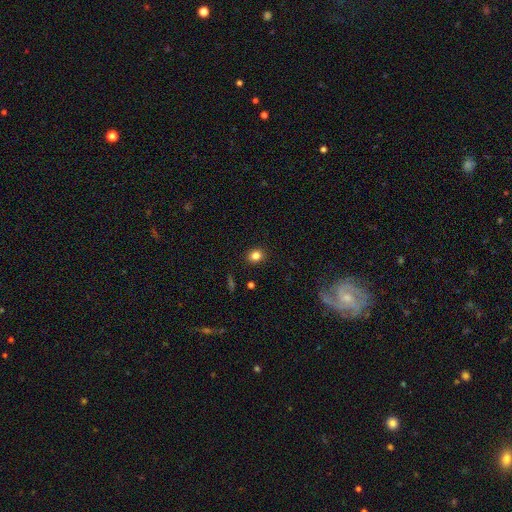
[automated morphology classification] This is clearly a smooth galaxy (83%). How rounded: likely round (67%). Merging: clearly none (90%).